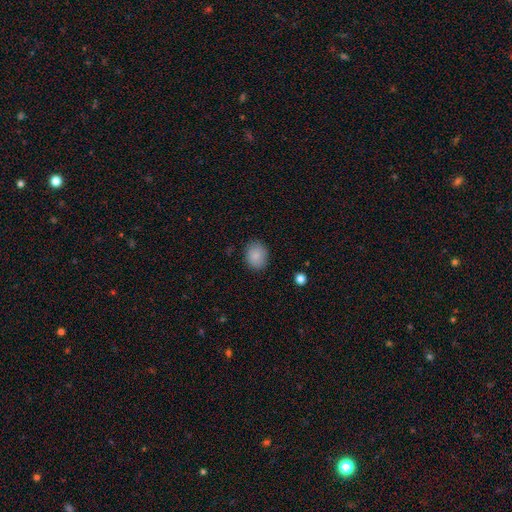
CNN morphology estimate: smooth 87%, star or artifact 8%, featured or disk 5%. Down the decision tree: how rounded — in between (50%); merging — none (85%).